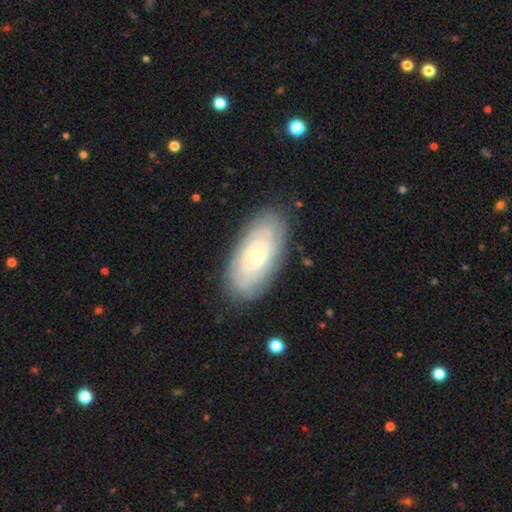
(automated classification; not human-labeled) smooth_or_featured: featured or disk (p=0.73) [alt: smooth p=0.21]
disk_edge_on: no (p=0.92) [alt: yes p=0.08]
bar: no (p=0.75) [alt: weak p=0.20]
has_spiral_arms: yes (p=0.78) [alt: no p=0.22]
spiral_winding: tight (p=0.79) [alt: medium p=0.16]
spiral_arm_count: can't tell (p=0.58) [alt: 2 p=0.19]
bulge_size: moderate (p=0.57) [alt: small p=0.39]
merging: none (p=0.82) [alt: minor disturbance p=0.13]